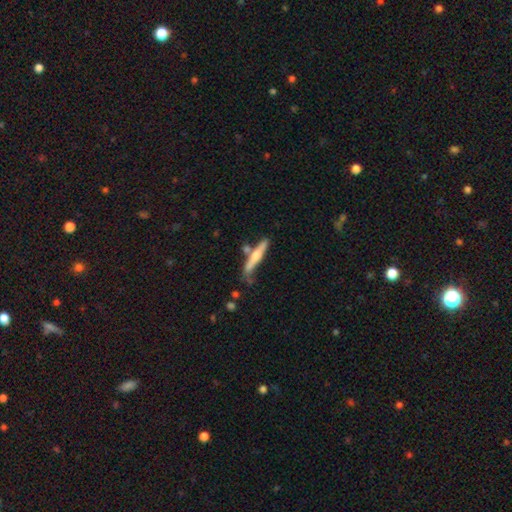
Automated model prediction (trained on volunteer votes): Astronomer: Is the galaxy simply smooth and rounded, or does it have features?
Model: smooth — 50% (runner-up: featured or disk, 44%).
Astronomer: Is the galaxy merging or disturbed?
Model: none — 54%.